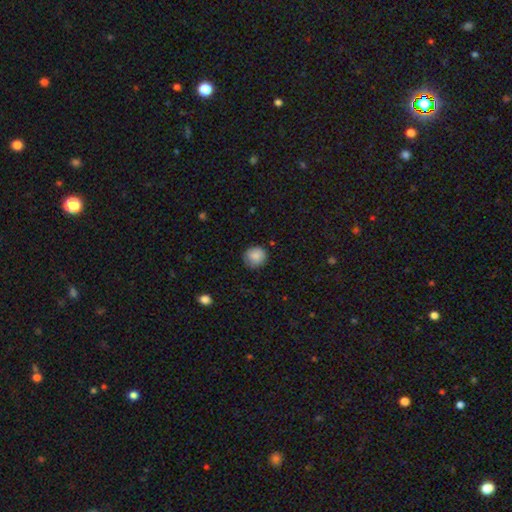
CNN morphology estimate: Smooth or featured? smooth (85%)
How rounded? round (89%)
Merging? none (81%)